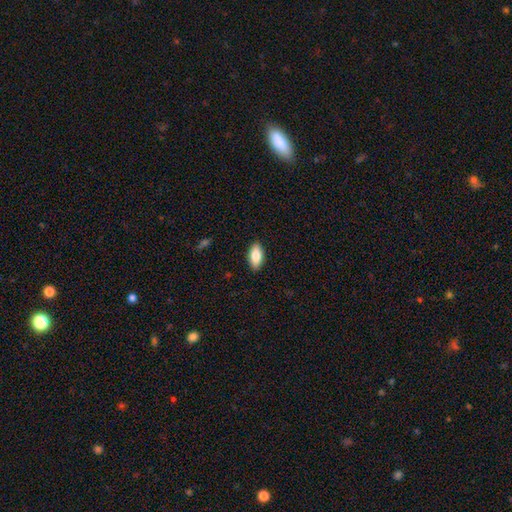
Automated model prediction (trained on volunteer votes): Morphology: type=smooth (82%); roundness=in between (89%); merging=none (89%).